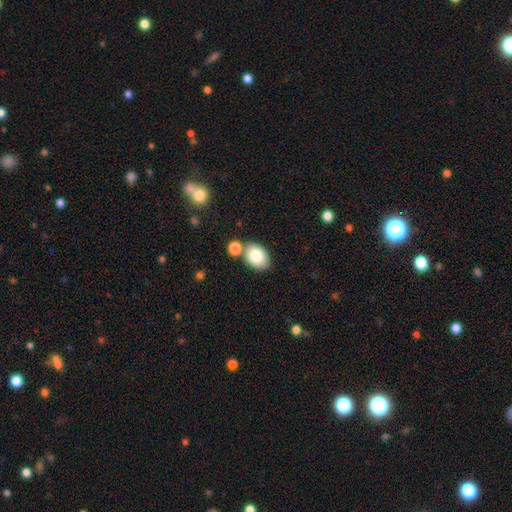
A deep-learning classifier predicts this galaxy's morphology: Smooth or featured? smooth (83%)
How rounded? in between (82%)
Merging? none (67%)